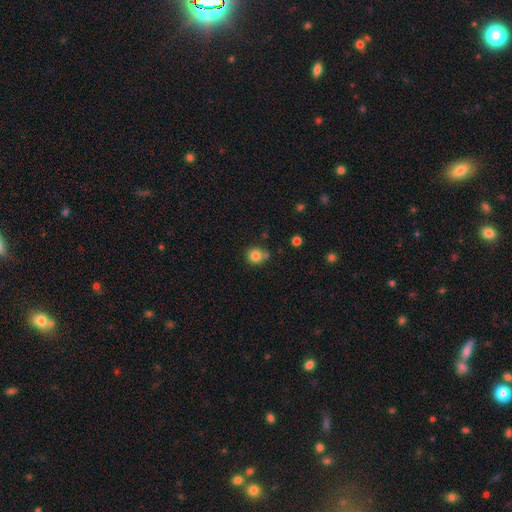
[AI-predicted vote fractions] Q: Smooth or featured?
A: smooth (82%); runner-up: star or artifact (11%)
Q: How rounded?
A: round (87%); runner-up: in between (12%)
Q: Merging?
A: none (66%); runner-up: minor disturbance (19%)